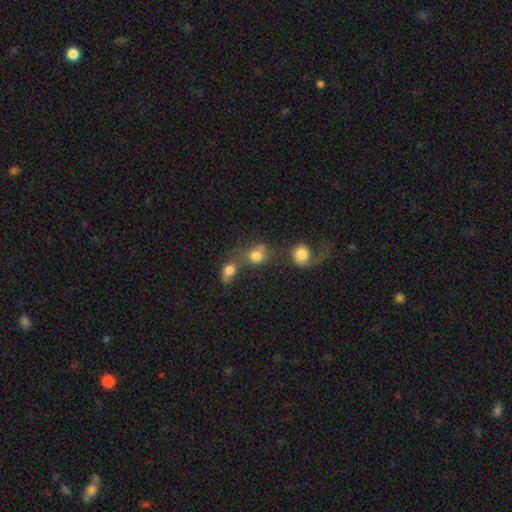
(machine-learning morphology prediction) This is likely a smooth galaxy (73%). How rounded: likely round (70%). Merging: possibly merger (47%).